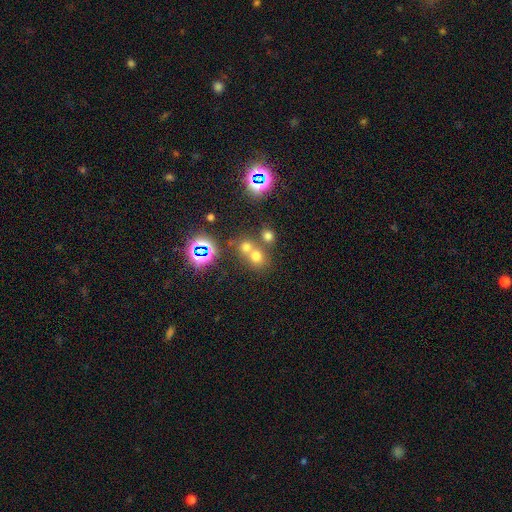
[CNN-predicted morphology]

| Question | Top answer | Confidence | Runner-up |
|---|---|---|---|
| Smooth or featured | smooth | 58% | star or artifact (31%) |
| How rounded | round | 79% | in between (20%) |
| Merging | none | 47% | merger (42%) |